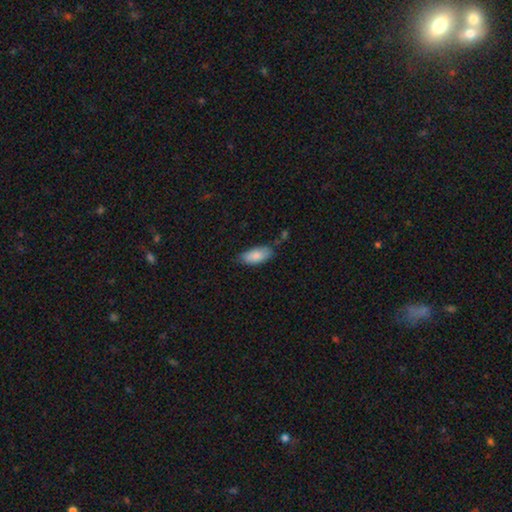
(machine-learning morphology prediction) A smooth galaxy with no disk features (85%) that is in between round and cigar-shaped (88%).

Vote fractions:
- Smooth or featured? smooth: 85% / featured or disk: 9% / star or artifact: 6%
- How rounded? in between: 88% / cigar-shaped: 10% / round: 2%
- Merging? none: 69% / minor disturbance: 24% / major disturbance: 4% / merger: 3%